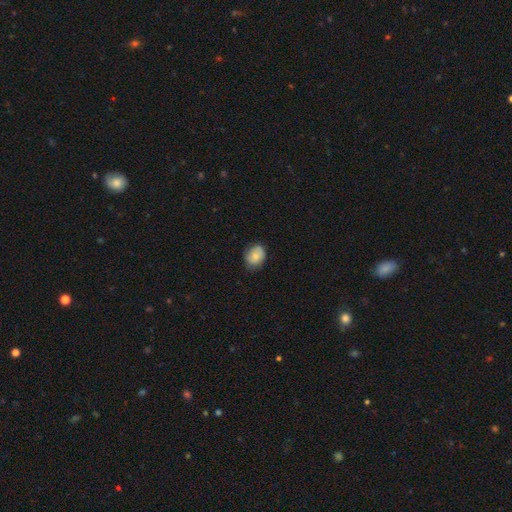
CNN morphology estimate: Smooth or featured? smooth (70%)
How rounded? in between (51%)
Merging? none (70%)